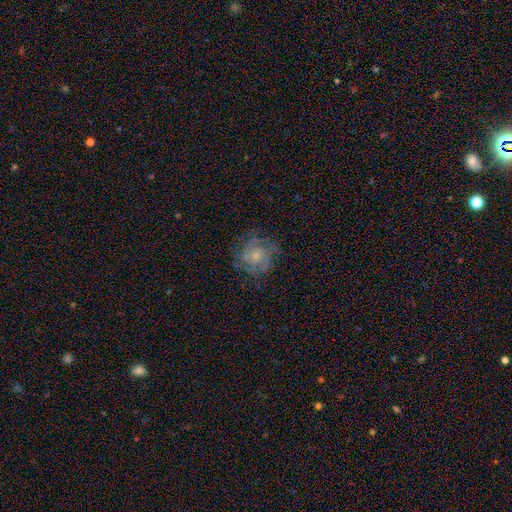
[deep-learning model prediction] smooth-or-featured: featured or disk: 75% | smooth: 17% | star or artifact: 8%
  disk-edge-on: no: 98% | yes: 2%
    bar: no: 77% | weak: 20% | strong: 3%
    has-spiral-arms: yes: 92% | no: 8%
      spiral-winding: tight: 62% | medium: 30% | loose: 8%
      spiral-arm-count: can't tell: 30% | 2: 28% | 3: 23% | 4: 9% | 1: 5% | more than 4: 5%
    bulge-size: small: 59% | moderate: 32% | none: 5% | large: 2% | dominant: 1%
  merging: none: 73% | minor disturbance: 17% | major disturbance: 8% | merger: 1%